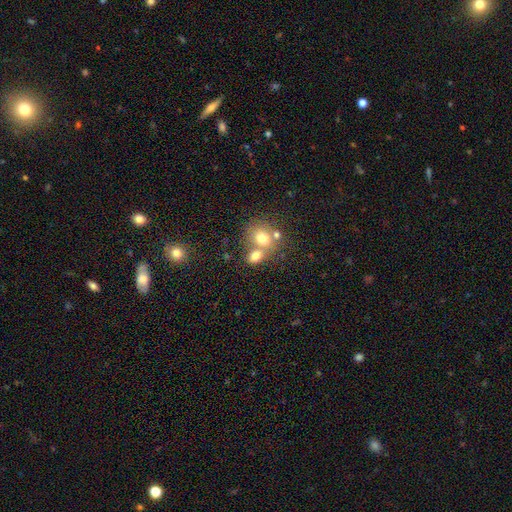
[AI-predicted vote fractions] Smooth or featured: smooth — 73% (featured or disk — 15%)
How rounded: in between — 54% (round — 45%)
Merging: merger — 53% (none — 34%)